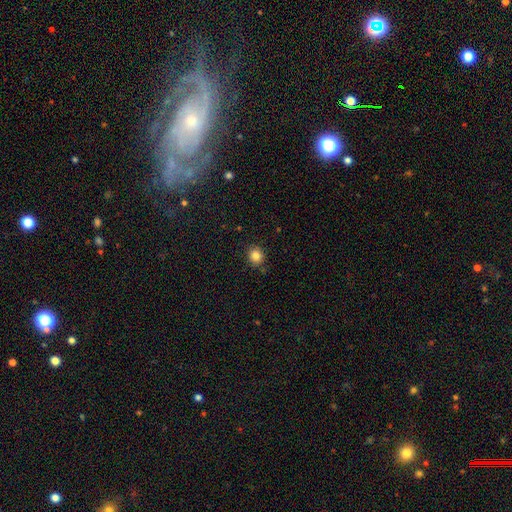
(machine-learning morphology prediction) smooth 84%, star or artifact 11%, featured or disk 5%. Down the decision tree: how rounded — round (84%); merging — none (87%).